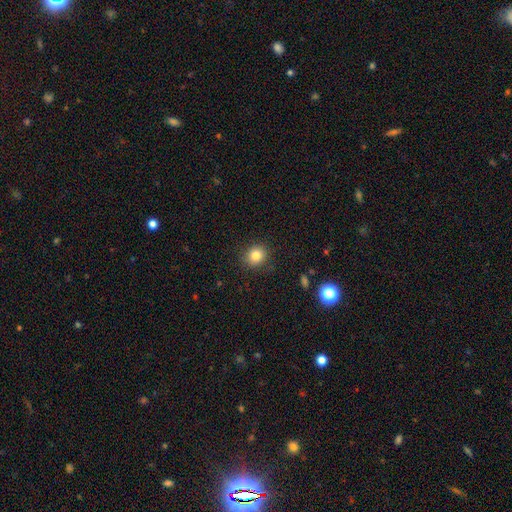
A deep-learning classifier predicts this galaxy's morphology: A smooth galaxy with no disk features (82%) that is round (83%). Merging: none (88%).